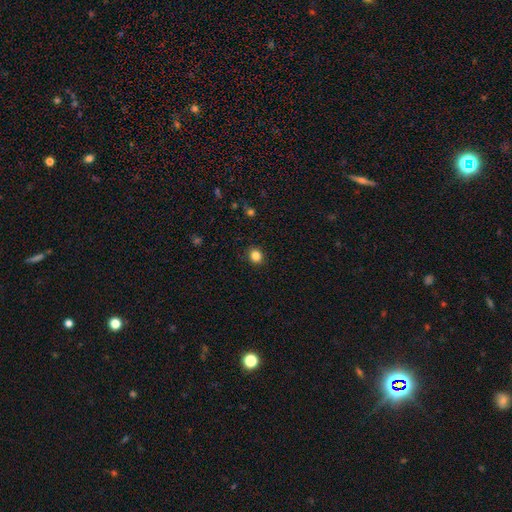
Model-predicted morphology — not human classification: smooth-or-featured: smooth: 84% | star or artifact: 11% | featured or disk: 4%
  how-rounded: round: 81% | in between: 18% | cigar-shaped: 1%
  merging: none: 91% | minor disturbance: 6% | major disturbance: 2% | merger: 1%